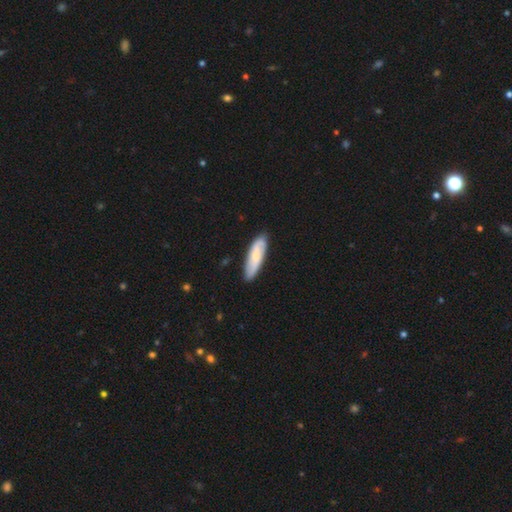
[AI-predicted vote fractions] smooth_or_featured: smooth (p=0.56) [alt: featured or disk p=0.38]
how_rounded: cigar-shaped (p=0.52) [alt: in between p=0.46]
merging: none (p=0.83) [alt: minor disturbance p=0.13]